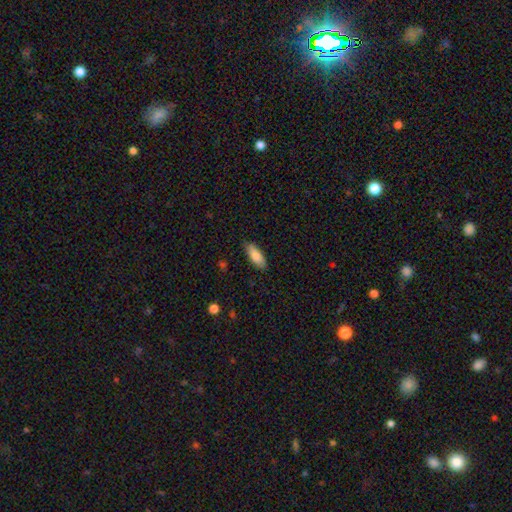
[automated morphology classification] Overall: smooth (84%). How rounded: in between (72%). Merging: none (83%).